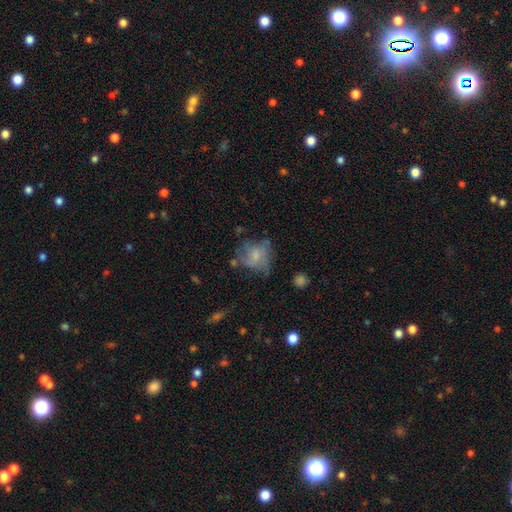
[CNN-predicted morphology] type=smooth (47%); merging=none (43%).